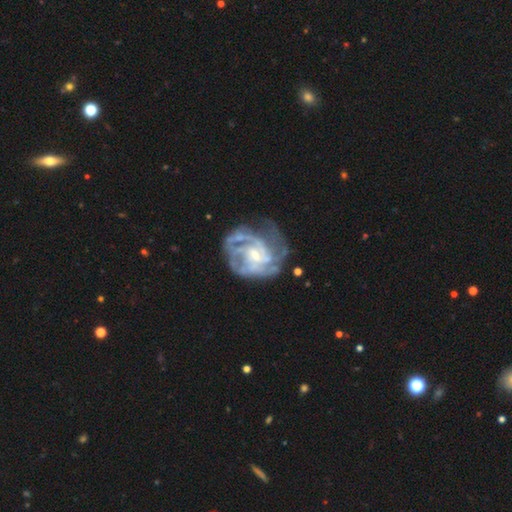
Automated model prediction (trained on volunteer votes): Overall: featured or disk (86%). Edge-on disk: no (98%). Bar: weak (46%; no 44%). Spiral arms: yes (89%). Spiral arm count: can't tell (35%; 3 23%). Spiral winding: tight (45%; medium 41%). Bulge size: small (48%; moderate 38%). Merging: none (50%; major disturbance 25%).